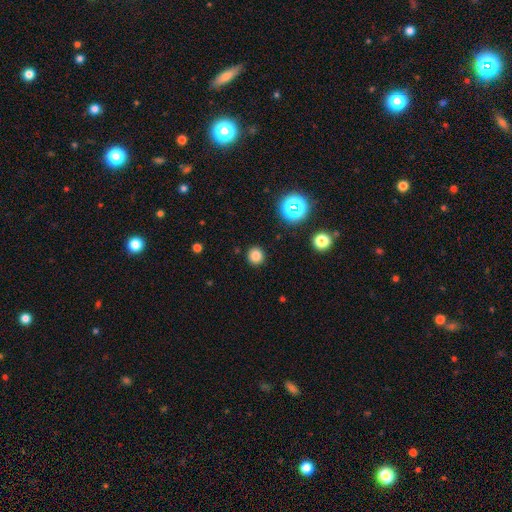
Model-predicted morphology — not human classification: A smooth galaxy with no disk features (80%) that is round (91%).

Vote fractions:
- Smooth or featured? smooth: 80% / star or artifact: 16% / featured or disk: 4%
- How rounded? round: 91% / in between: 8% / cigar-shaped: 1%
- Merging? none: 91% / minor disturbance: 6% / major disturbance: 2% / merger: 1%